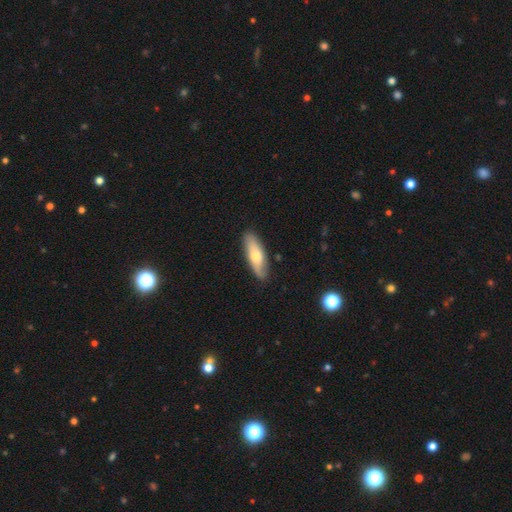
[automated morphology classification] This appears to be a smooth galaxy with no disk features (62%) that is in between round and cigar-shaped (53%). Merging: none (85%).